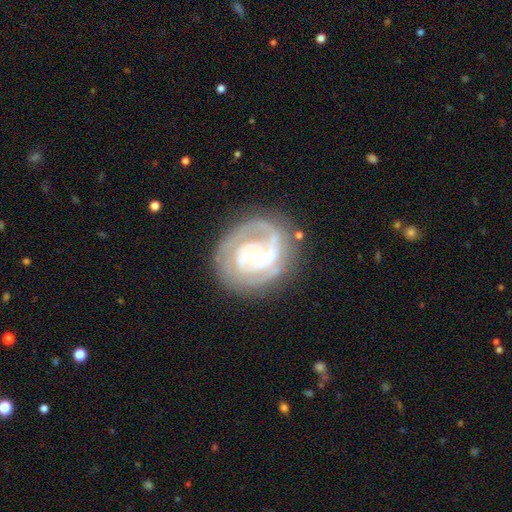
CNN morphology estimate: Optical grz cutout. It shows a featured or disk galaxy (85%) with a weak bar (43%), 2 (45%) tight (58%) spiral arms (91%) and a small central bulge (56%). Merging: none (71%).